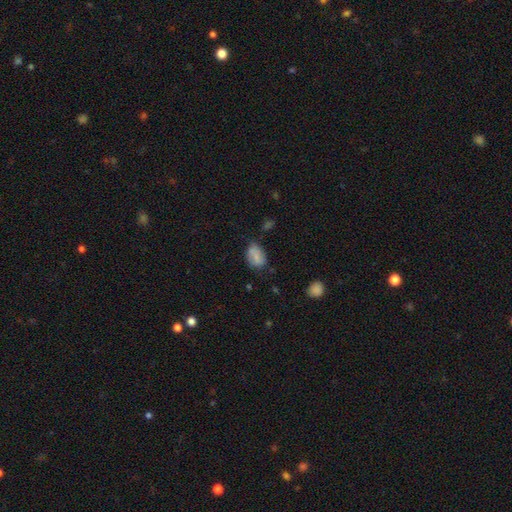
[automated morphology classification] The model was most divided on "merging": none: 57%, minor disturbance: 30%, major disturbance: 8%, merger: 5%. More confident: how rounded — in between (79%); smooth or featured — smooth (69%).